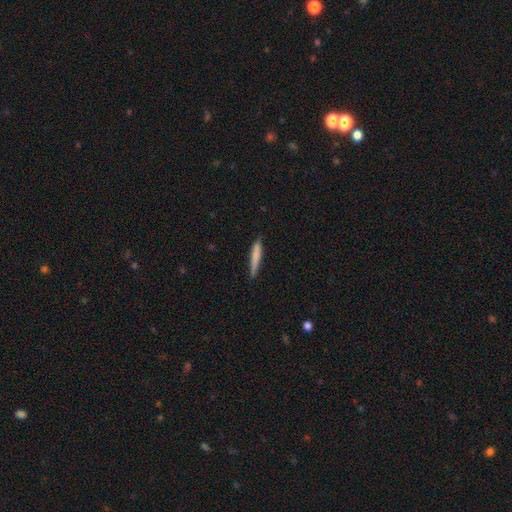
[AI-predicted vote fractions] Smooth or featured? Predicted: smooth (p=0.74). How rounded? Predicted: cigar-shaped (p=0.94). Merging? Predicted: none (p=0.80).